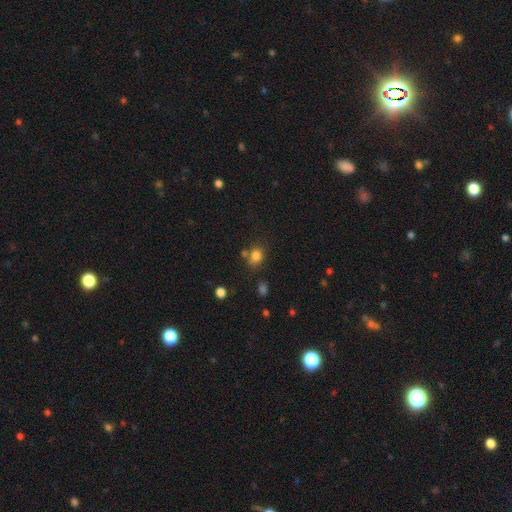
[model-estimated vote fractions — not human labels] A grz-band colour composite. It shows a smooth galaxy with no disk features (81%) that is round (57%). Merging: none (64%).